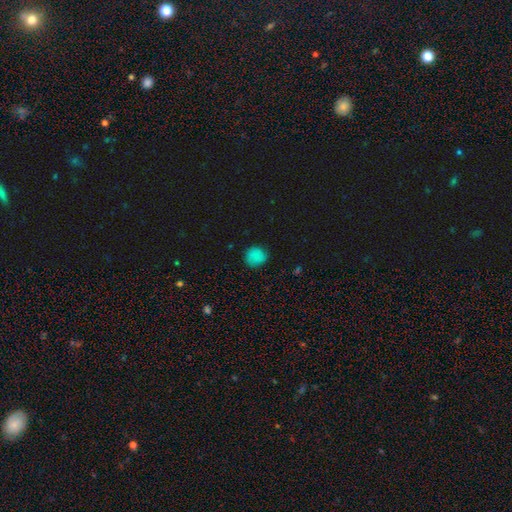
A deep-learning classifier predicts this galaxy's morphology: This is likely a smooth galaxy (79%). How rounded: clearly round (87%). Merging: clearly none (84%).